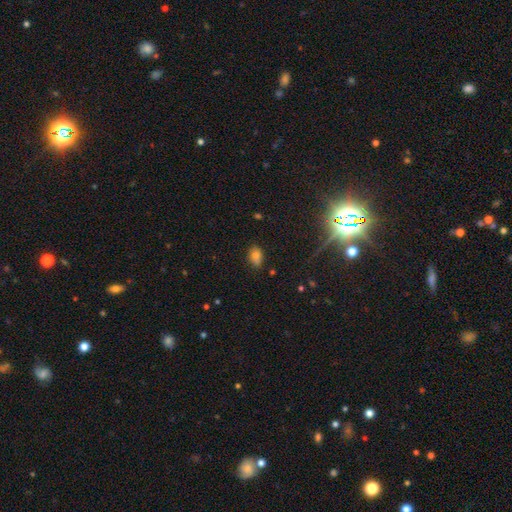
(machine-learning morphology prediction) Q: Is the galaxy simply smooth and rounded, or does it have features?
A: smooth — 74%.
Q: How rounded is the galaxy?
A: in between — 81%.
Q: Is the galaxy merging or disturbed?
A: none — 78%.